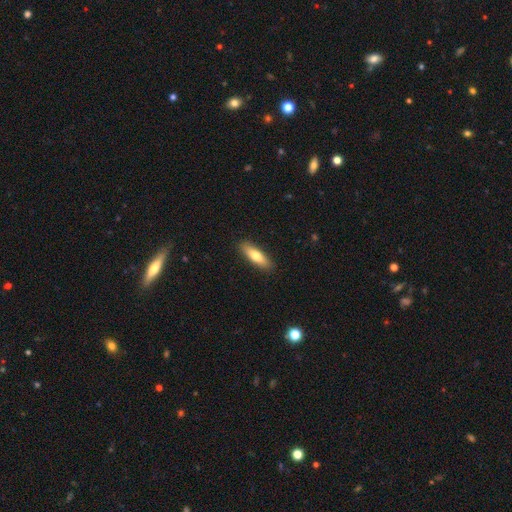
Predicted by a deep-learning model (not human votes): Q: Smooth or featured?
A: smooth (74%); runner-up: featured or disk (20%)
Q: How rounded?
A: cigar-shaped (56%); runner-up: in between (42%)
Q: Merging?
A: none (89%); runner-up: minor disturbance (8%)